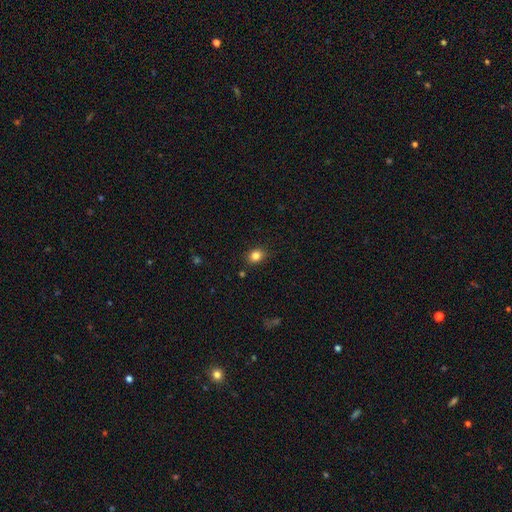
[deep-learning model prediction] smooth 83%, star or artifact 11%, featured or disk 6%. Down the decision tree: how rounded — in between (50%); merging — none (86%).